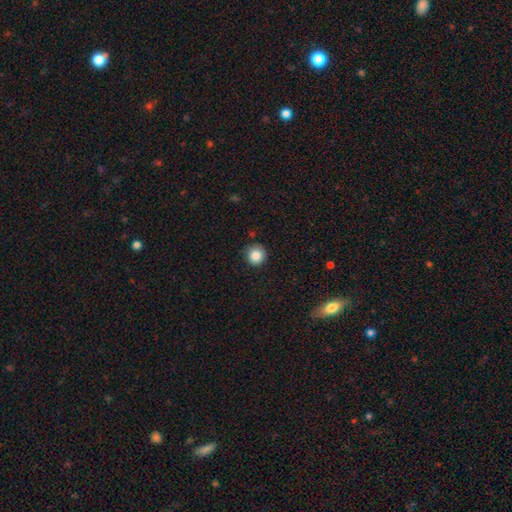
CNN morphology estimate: Smooth or featured?
  - smooth: 84% *
  - star or artifact: 10%
  - featured or disk: 6%
How rounded?
  - round: 94% *
  - in between: 5%
  - cigar-shaped: 1%
Merging?
  - none: 84% *
  - minor disturbance: 12%
  - major disturbance: 2%
  - merger: 2%